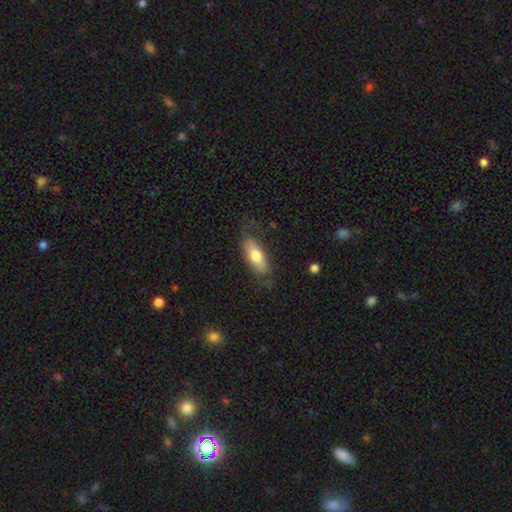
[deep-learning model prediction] A smooth galaxy with no disk features (66%) that is in between round and cigar-shaped (68%). Merging: none (68%).